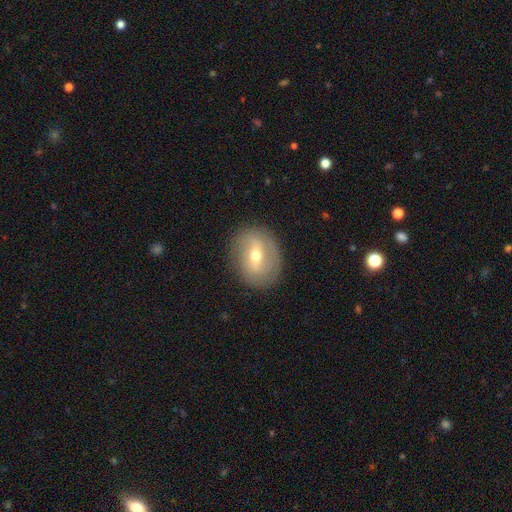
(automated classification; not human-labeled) Smooth or featured? featured or disk (58%)
Edge-on disk? no (91%)
Bar? weak (45%)
Spiral arms? no (55%)
Bulge size? moderate (64%)
Merging? none (85%)